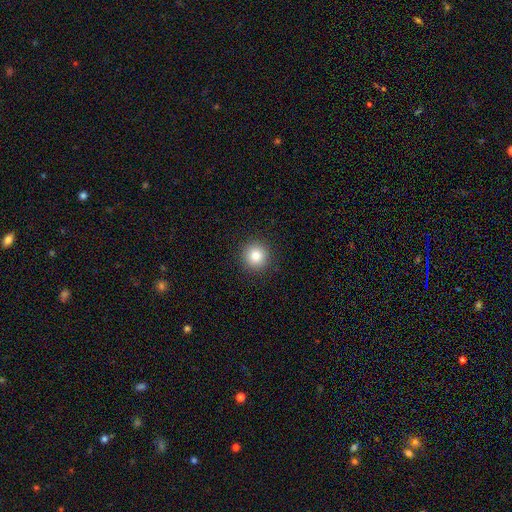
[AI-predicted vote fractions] smooth 84%, star or artifact 10%, featured or disk 6%. Down the decision tree: how rounded — round (94%); merging — none (92%).